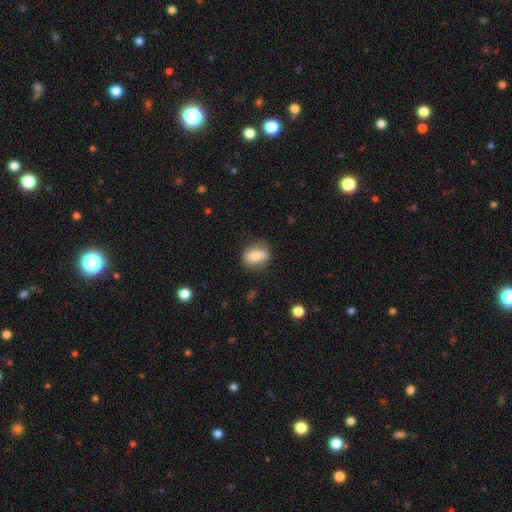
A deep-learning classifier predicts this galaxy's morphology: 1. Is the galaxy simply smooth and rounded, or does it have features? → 71% smooth, 22% featured or disk, 7% star or artifact.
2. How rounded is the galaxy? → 70% in between, 26% round, 5% cigar-shaped.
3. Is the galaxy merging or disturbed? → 77% none, 16% minor disturbance, 5% major disturbance, 2% merger.